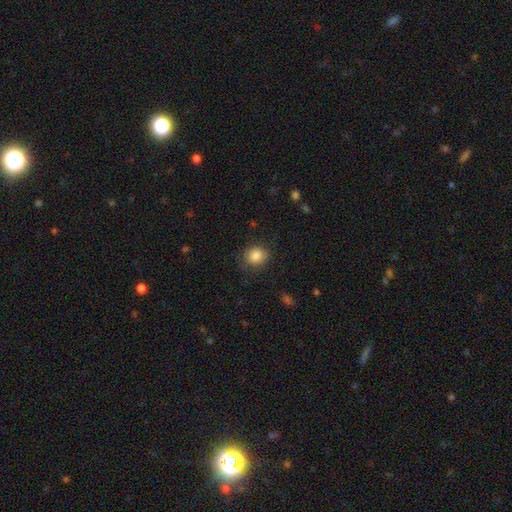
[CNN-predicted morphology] Smooth or featured: smooth — 87% (star or artifact — 9%)
How rounded: round — 75% (in between — 24%)
Merging: none — 78% (minor disturbance — 16%)